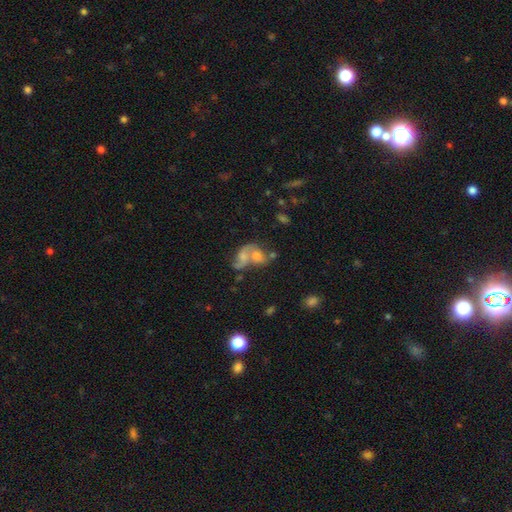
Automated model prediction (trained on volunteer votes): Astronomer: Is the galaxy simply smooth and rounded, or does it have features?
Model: smooth — 44% (runner-up: featured or disk, 43%).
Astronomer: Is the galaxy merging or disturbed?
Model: merger — 64%.